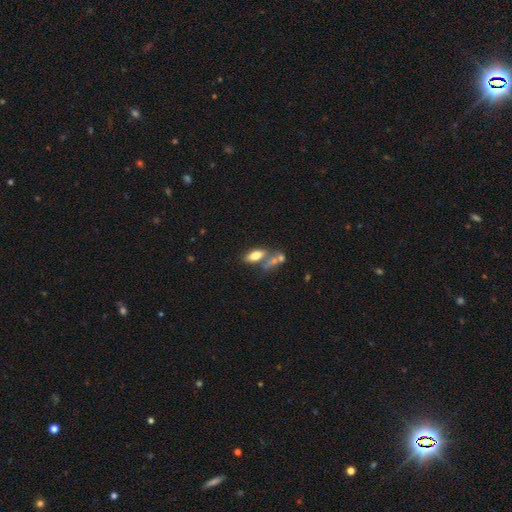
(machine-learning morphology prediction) type=smooth (67%); roundness=in between (79%); merging=none (46%).